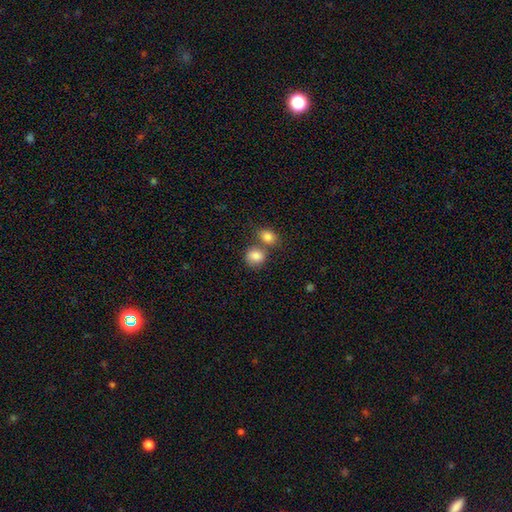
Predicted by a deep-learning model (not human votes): Smooth or featured: smooth — 85% (star or artifact — 9%)
How rounded: round — 70% (in between — 29%)
Merging: none — 50% (merger — 36%)